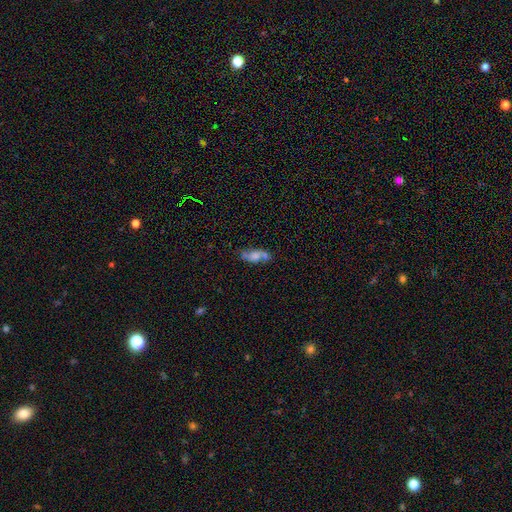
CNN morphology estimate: smooth-or-featured: smooth: 55% | featured or disk: 34% | star or artifact: 11%
  how-rounded: in between: 74% | cigar-shaped: 19% | round: 7%
  merging: none: 46% | merger: 26% | minor disturbance: 20% | major disturbance: 8%